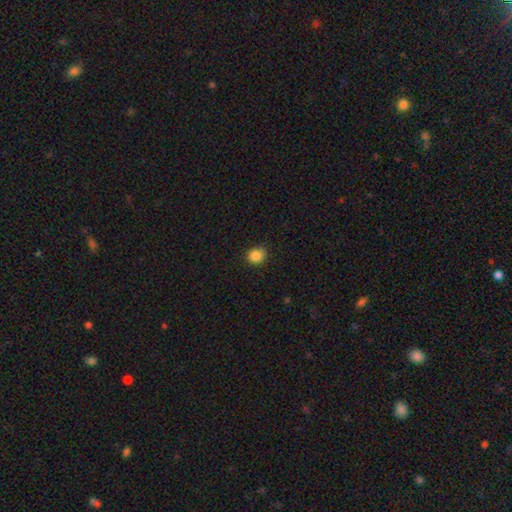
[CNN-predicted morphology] smooth-or-featured: smooth: 86% | star or artifact: 11% | featured or disk: 4%
  how-rounded: round: 82% | in between: 17% | cigar-shaped: 1%
  merging: none: 85% | minor disturbance: 12% | major disturbance: 2% | merger: 1%